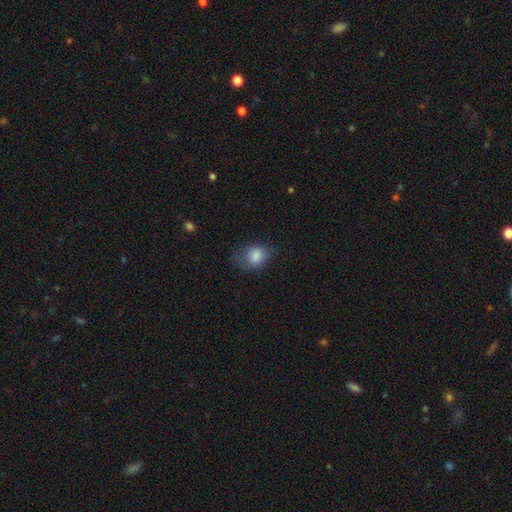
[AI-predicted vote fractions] Overall: smooth (82%). How rounded: in between (69%; round 30%). Merging: none (48%; minor disturbance 32%).